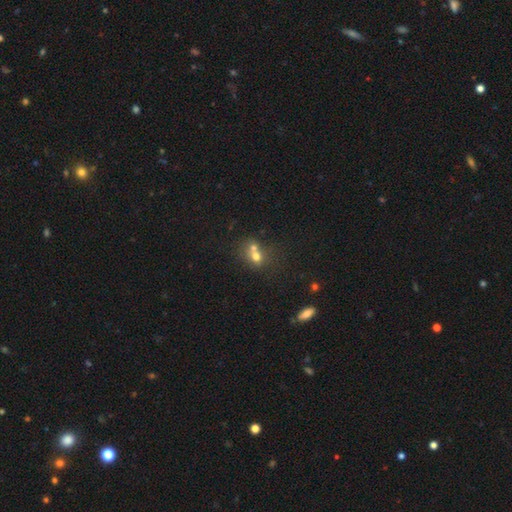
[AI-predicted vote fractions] Smooth or featured? Predicted: smooth (p=0.64). How rounded? Predicted: round (p=0.63). Merging? Predicted: merger (p=0.60).